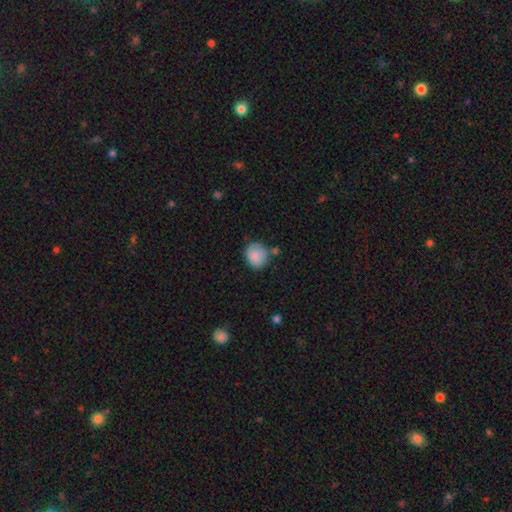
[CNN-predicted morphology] Q: Smooth or featured?
A: smooth (86%); runner-up: star or artifact (7%)
Q: How rounded?
A: round (76%); runner-up: in between (23%)
Q: Merging?
A: none (71%); runner-up: minor disturbance (19%)